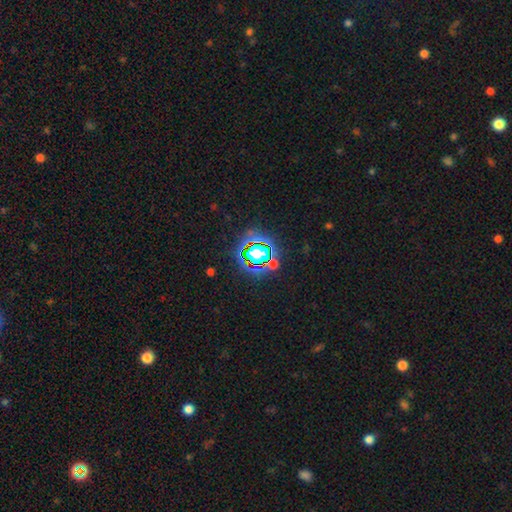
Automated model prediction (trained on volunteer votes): This is likely a star or artifact rather than a galaxy (63%).